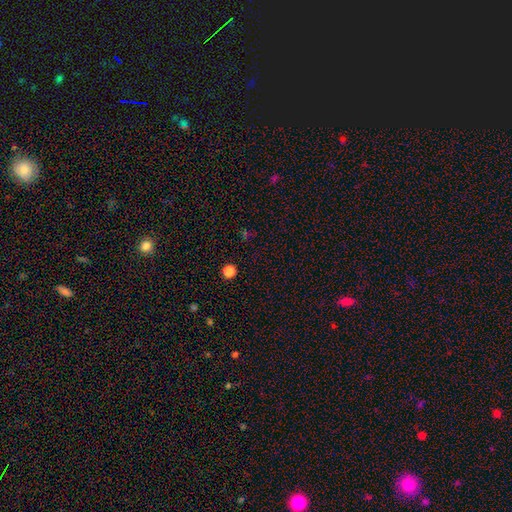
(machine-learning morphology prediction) A smooth galaxy with no disk features (48%). Merging: none (86%).